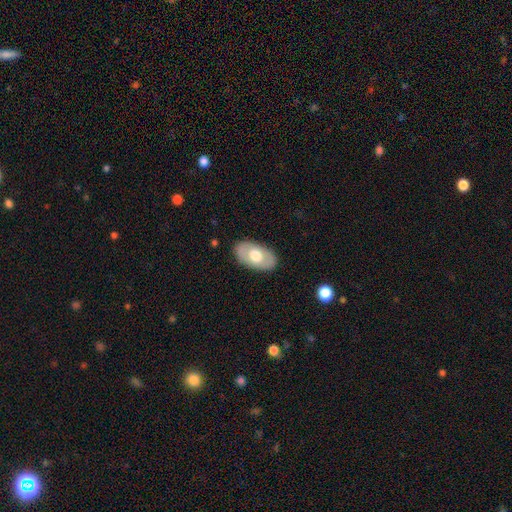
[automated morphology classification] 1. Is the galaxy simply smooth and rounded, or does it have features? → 57% smooth, 38% featured or disk, 5% star or artifact.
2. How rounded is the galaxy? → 92% in between, 6% round, 1% cigar-shaped.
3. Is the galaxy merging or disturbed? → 85% none, 11% minor disturbance, 3% major disturbance, 1% merger.